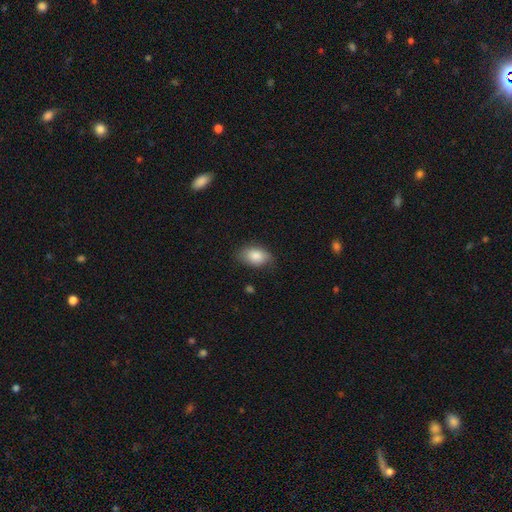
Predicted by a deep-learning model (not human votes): smooth 85%, featured or disk 8%, star or artifact 7%. Down the decision tree: how rounded — in between (89%); merging — none (74%).